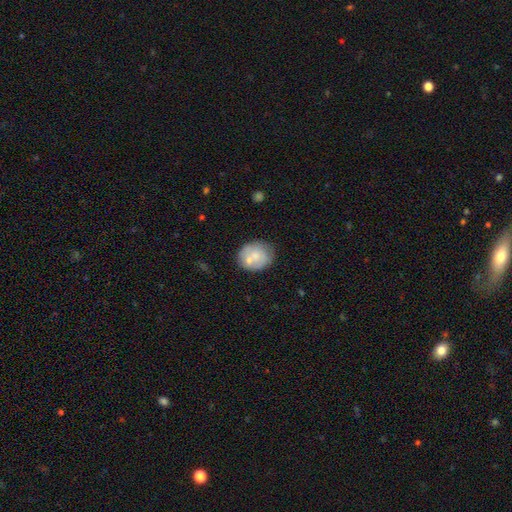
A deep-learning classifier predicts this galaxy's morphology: A smooth galaxy with no disk features (64%) that is round (67%).

Vote fractions:
- Smooth or featured? smooth: 64% / featured or disk: 29% / star or artifact: 7%
- How rounded? round: 67% / in between: 32% / cigar-shaped: 1%
- Merging? none: 56% / minor disturbance: 19% / merger: 19% / major disturbance: 6%